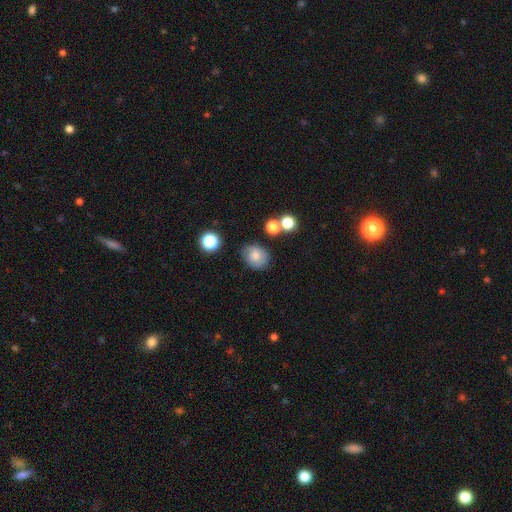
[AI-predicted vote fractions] Overall: smooth (73%). How rounded: round (64%; in between 35%). Merging: none (71%).